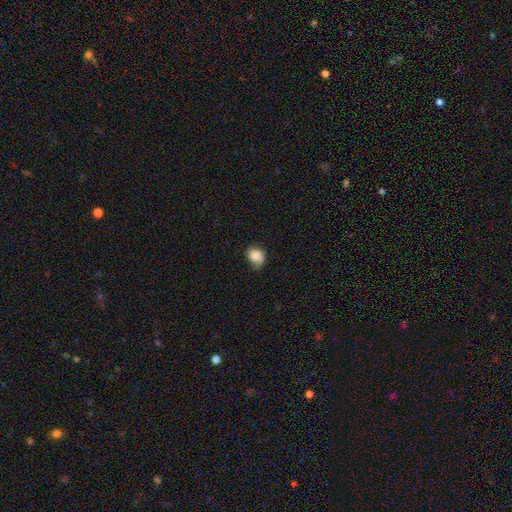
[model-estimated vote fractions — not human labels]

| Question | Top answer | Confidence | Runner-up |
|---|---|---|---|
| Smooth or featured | smooth | 76% | featured or disk (15%) |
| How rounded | in between | 53% | round (46%) |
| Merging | none | 44% | minor disturbance (37%) |